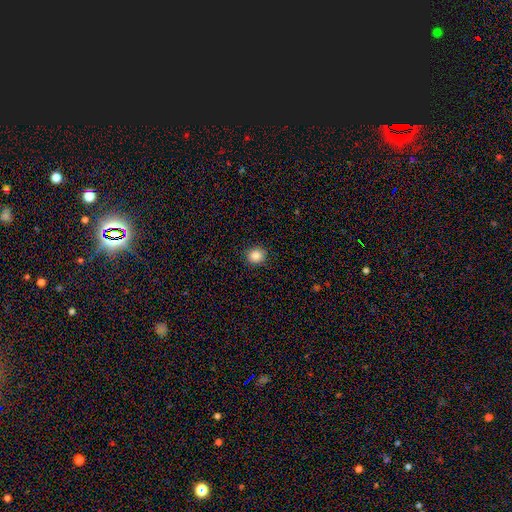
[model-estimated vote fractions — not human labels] This appears to be a smooth galaxy with no disk features (86%) that is round (82%). Merging: none (91%).